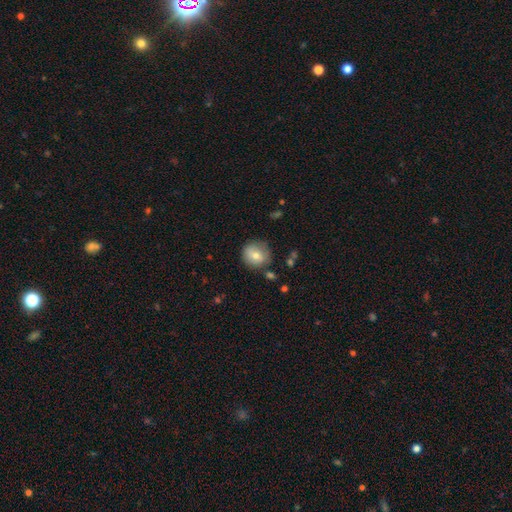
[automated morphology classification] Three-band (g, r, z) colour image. It shows a smooth galaxy with no disk features (72%) that is round (86%). Merging: none (74%).